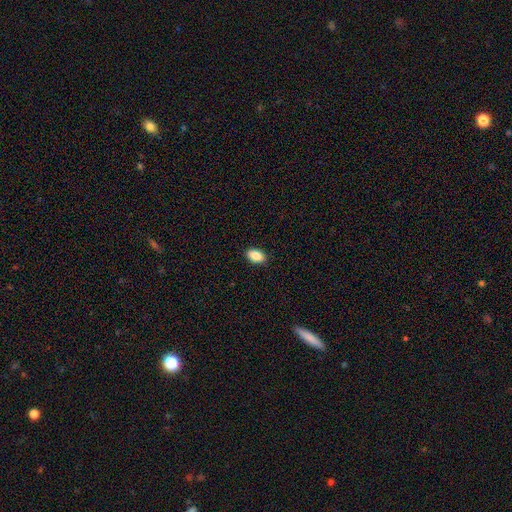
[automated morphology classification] Smooth or featured?
  - smooth: 88% *
  - star or artifact: 7%
  - featured or disk: 5%
How rounded?
  - in between: 92% *
  - round: 5%
  - cigar-shaped: 2%
Merging?
  - none: 90% *
  - minor disturbance: 7%
  - major disturbance: 2%
  - merger: 1%